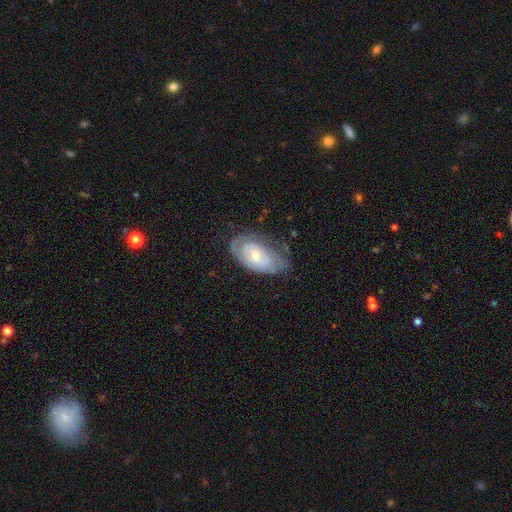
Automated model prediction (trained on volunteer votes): A featured or disk galaxy (60%) with no bar (74%), spiral arms (70%) and a small central bulge (59%). Merging: none (52%).